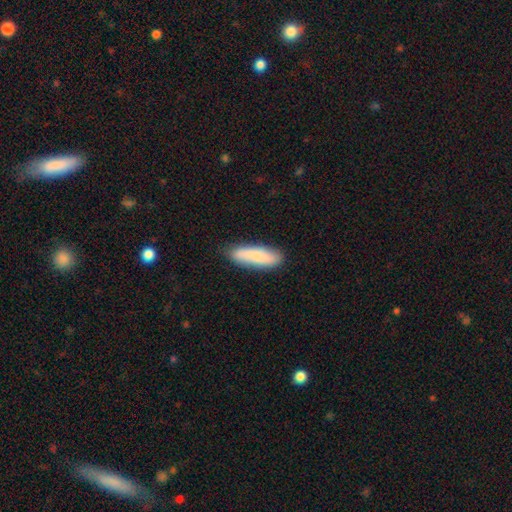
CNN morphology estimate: This is likely a smooth galaxy (80%). How rounded: possibly cigar-shaped (56%). Merging: clearly none (84%).